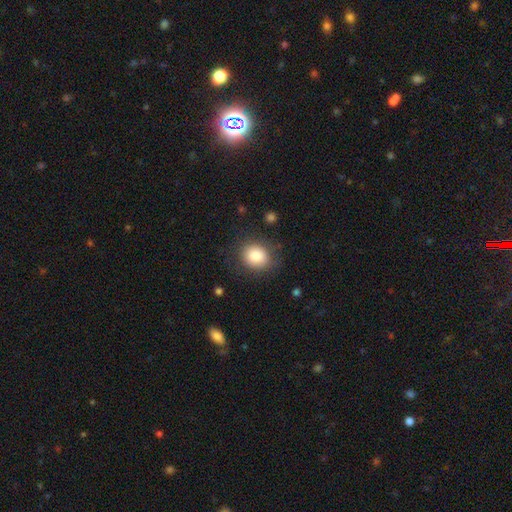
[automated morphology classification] A smooth galaxy with no disk features (84%) that is round (70%). Merging: none (81%).